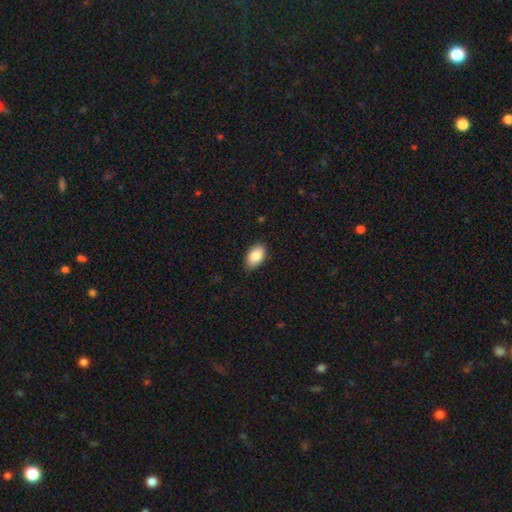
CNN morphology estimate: Smooth or featured? smooth (85%)
How rounded? in between (92%)
Merging? none (82%)